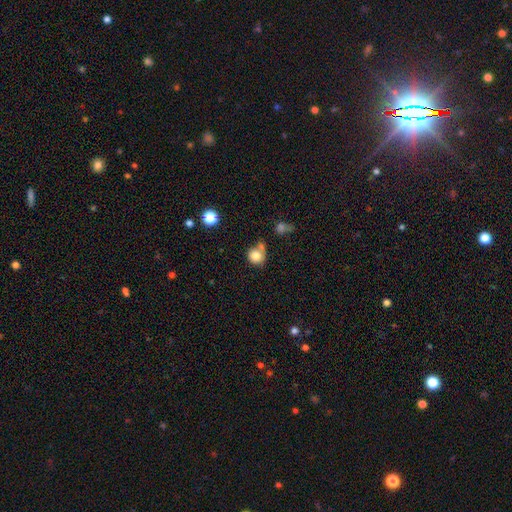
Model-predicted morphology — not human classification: Overall: smooth (80%). How rounded: round (82%). Merging: none (50%; merger 24%).